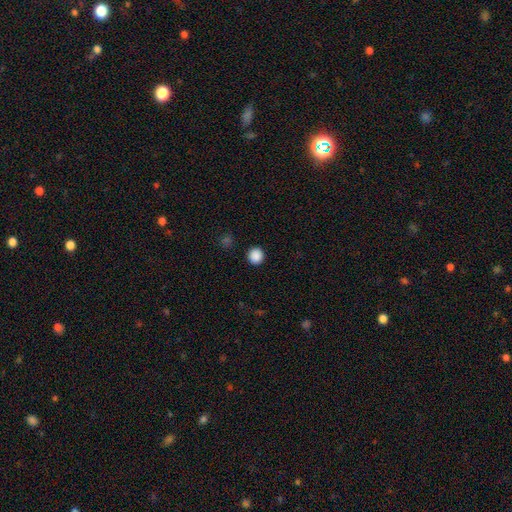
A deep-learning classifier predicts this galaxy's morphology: Smooth or featured? Predicted: smooth (p=0.88). How rounded? Predicted: round (p=0.93). Merging? Predicted: none (p=0.92).